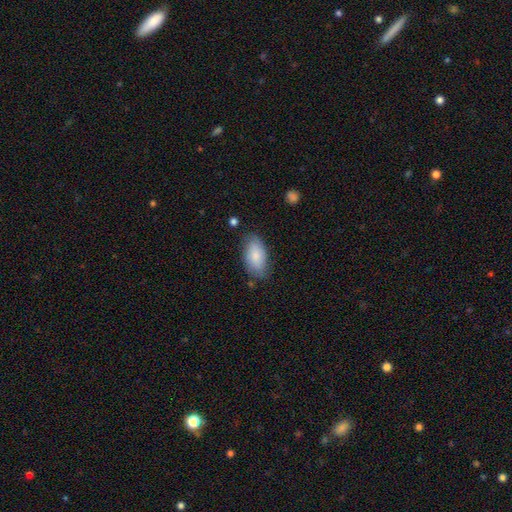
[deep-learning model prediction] smooth-or-featured: smooth: 80% | featured or disk: 14% | star or artifact: 6%
  how-rounded: in between: 93% | cigar-shaped: 4% | round: 3%
  merging: none: 74% | minor disturbance: 20% | major disturbance: 4% | merger: 2%